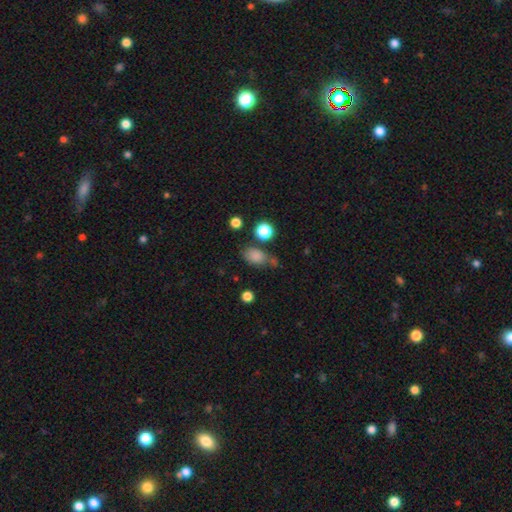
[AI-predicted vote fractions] The model was most divided on "merging": none: 62%, minor disturbance: 19%, merger: 12%, major disturbance: 7%. More confident: smooth or featured — smooth (82%); how rounded — in between (77%).